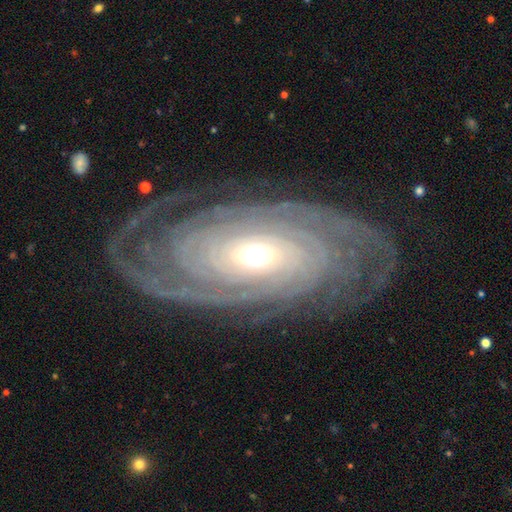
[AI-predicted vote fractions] smooth-or-featured: featured or disk: 90% | smooth: 5% | star or artifact: 5%
  disk-edge-on: no: 94% | yes: 6%
    bar: no: 66% | weak: 21% | strong: 13%
    has-spiral-arms: yes: 97% | no: 3%
      spiral-winding: tight: 83% | medium: 14% | loose: 3%
      spiral-arm-count: can't tell: 26% | 2: 22% | 3: 16% | 4: 15% | more than 4: 14% | 1: 8%
    bulge-size: moderate: 60% | small: 32% | large: 6% | dominant: 1% | none: 1%
  merging: none: 79% | minor disturbance: 13% | major disturbance: 6% | merger: 1%